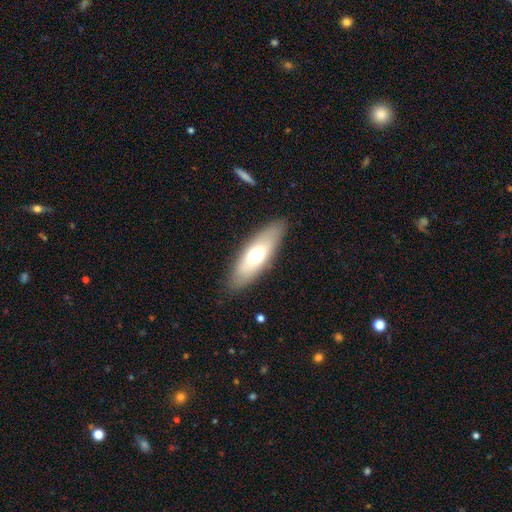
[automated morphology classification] A smooth galaxy with no disk features (61%) that is in between round and cigar-shaped (59%).

Vote fractions:
- Smooth or featured? smooth: 61% / featured or disk: 33% / star or artifact: 6%
- How rounded? in between: 59% / cigar-shaped: 39% / round: 2%
- Merging? none: 87% / minor disturbance: 9% / major disturbance: 3% / merger: 1%